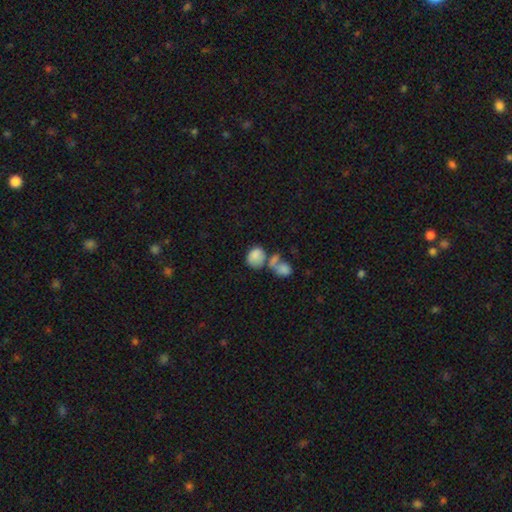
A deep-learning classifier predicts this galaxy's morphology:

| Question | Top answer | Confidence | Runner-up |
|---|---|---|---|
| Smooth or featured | smooth | 80% | featured or disk (11%) |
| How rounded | in between | 59% | round (40%) |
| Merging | merger | 52% | none (26%) |